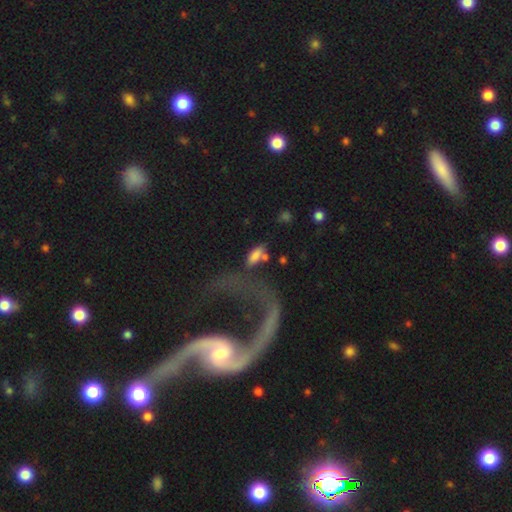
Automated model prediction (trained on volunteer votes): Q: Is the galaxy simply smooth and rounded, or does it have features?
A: smooth — 73%.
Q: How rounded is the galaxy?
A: in between — 76%.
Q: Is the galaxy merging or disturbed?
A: none — 41%.